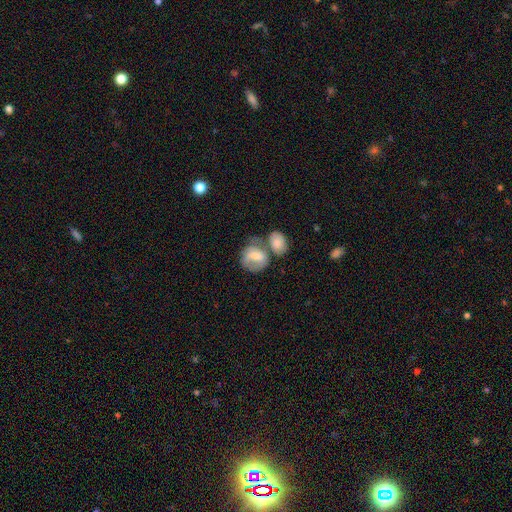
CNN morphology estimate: This appears to be a smooth galaxy with no disk features (51%) that is round (54%). Merging: merger (40%).